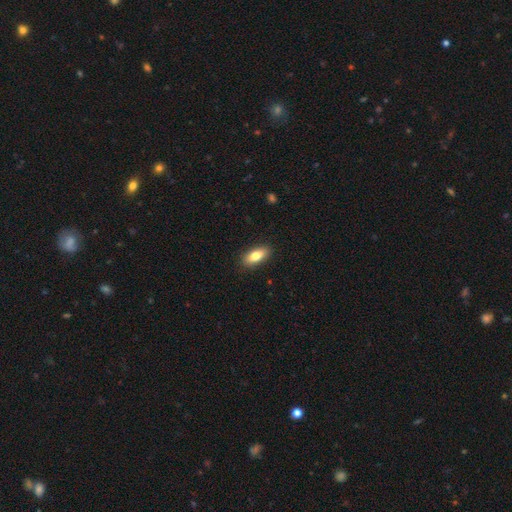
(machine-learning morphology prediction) Overall: smooth (79%). How rounded: in between (81%). Merging: none (89%).